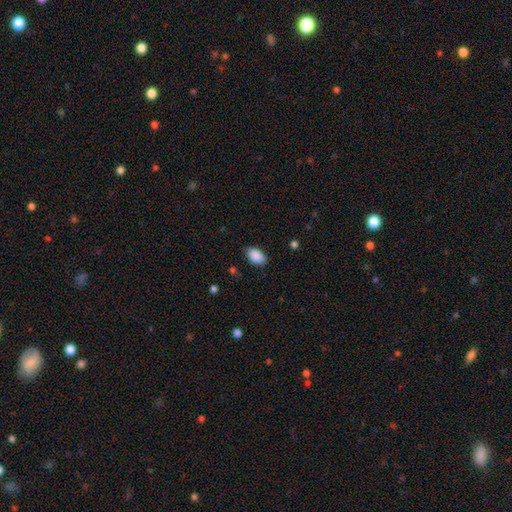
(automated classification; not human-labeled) A smooth galaxy with no disk features (90%) that is in between round and cigar-shaped (92%). Merging: none (83%).